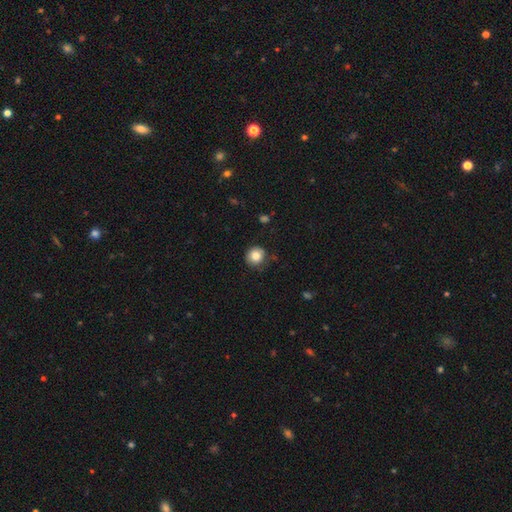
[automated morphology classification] smooth_or_featured: smooth (p=0.83) [alt: star or artifact p=0.10]
how_rounded: round (p=0.90) [alt: in between p=0.09]
merging: none (p=0.82) [alt: minor disturbance p=0.14]